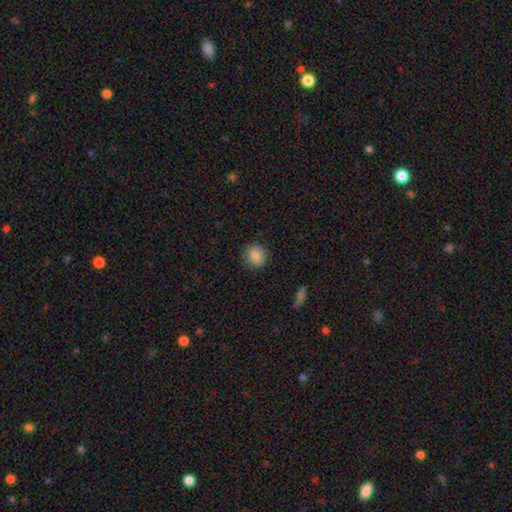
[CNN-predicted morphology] Q: Smooth or featured?
A: smooth (87%); runner-up: star or artifact (9%)
Q: How rounded?
A: round (87%); runner-up: in between (12%)
Q: Merging?
A: none (89%); runner-up: minor disturbance (8%)